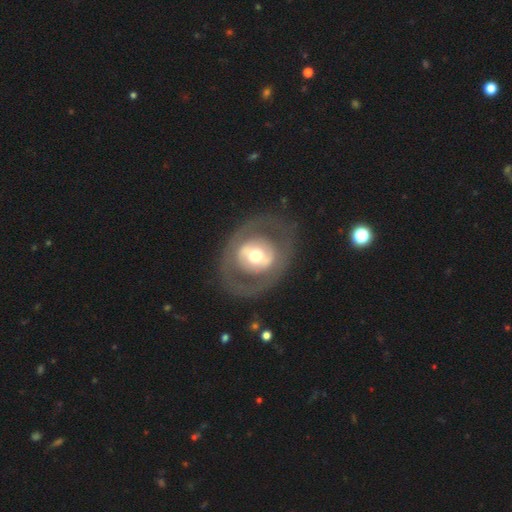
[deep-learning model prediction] Morphology: type=featured or disk (62%); edge-on=no (92%); bar=no (43%); spiral arms=no (84%); bulge=moderate (63%); merging=none (78%).